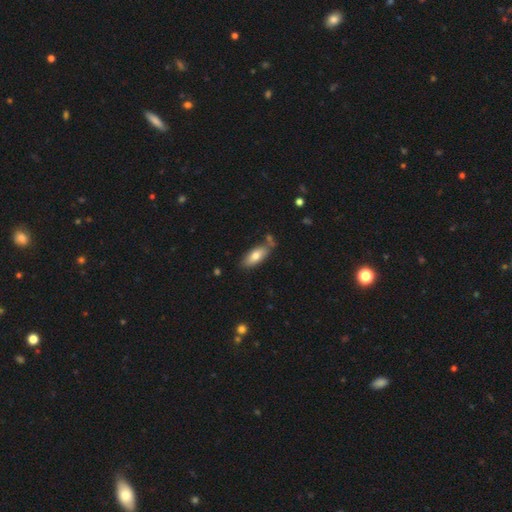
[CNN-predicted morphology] This is likely a smooth galaxy (73%). How rounded: likely in between (78%). Merging: likely none (67%).